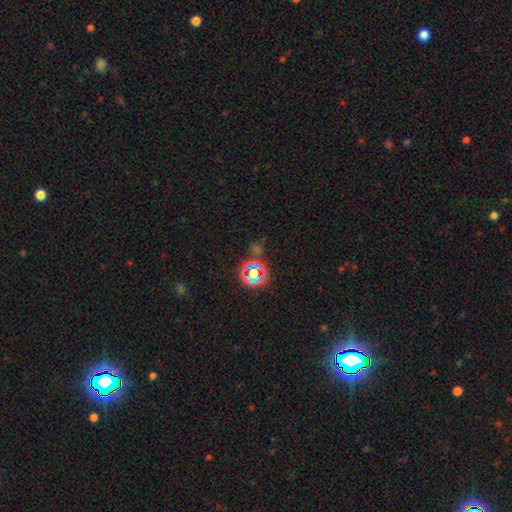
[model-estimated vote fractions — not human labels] star or artifact 69%, smooth 22%, featured or disk 9%.